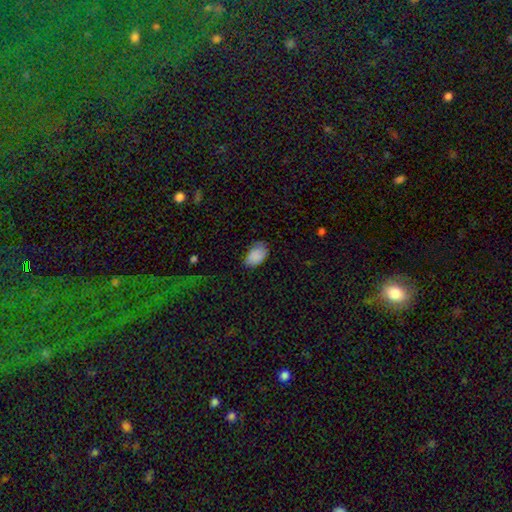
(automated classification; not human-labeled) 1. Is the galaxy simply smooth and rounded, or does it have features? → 87% smooth, 8% star or artifact, 5% featured or disk.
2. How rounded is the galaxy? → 88% in between, 11% round, 1% cigar-shaped.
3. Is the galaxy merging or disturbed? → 62% none, 30% minor disturbance, 6% major disturbance, 1% merger.